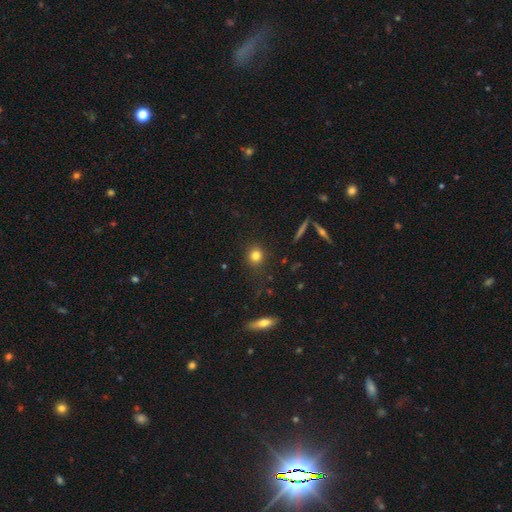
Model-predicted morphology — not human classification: type=smooth (81%); roundness=round (88%); merging=none (88%).